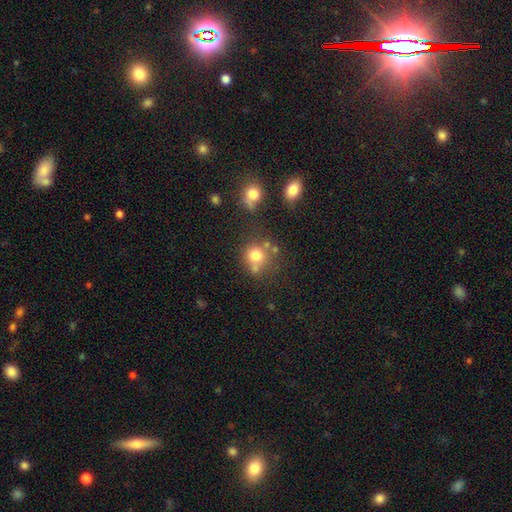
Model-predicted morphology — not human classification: smooth-or-featured: smooth: 75% | star or artifact: 14% | featured or disk: 11%
  how-rounded: round: 87% | in between: 12% | cigar-shaped: 1%
  merging: none: 60% | merger: 21% | minor disturbance: 13% | major disturbance: 6%